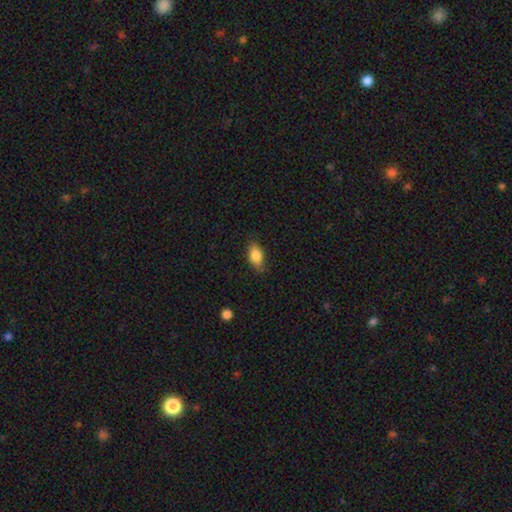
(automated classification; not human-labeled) Morphology: type=smooth (84%); roundness=in between (89%); merging=none (80%).